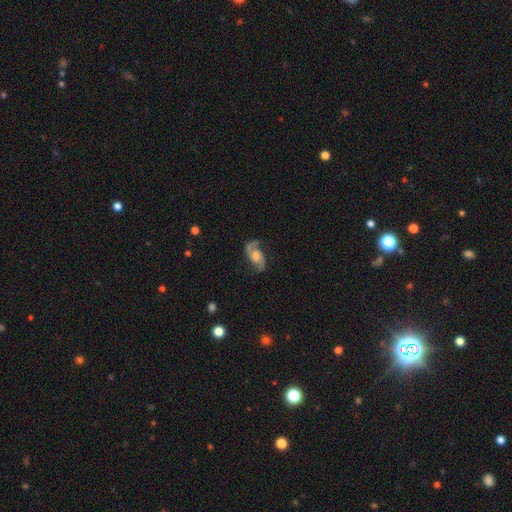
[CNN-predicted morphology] Smooth or featured? featured or disk (81%)
Edge-on disk? no (96%)
Bar? no (65%)
Spiral arms? yes (95%)
Spiral winding? loose (47%)
Spiral arm count? 2 (89%)
Bulge size? moderate (57%)
Merging? none (69%)